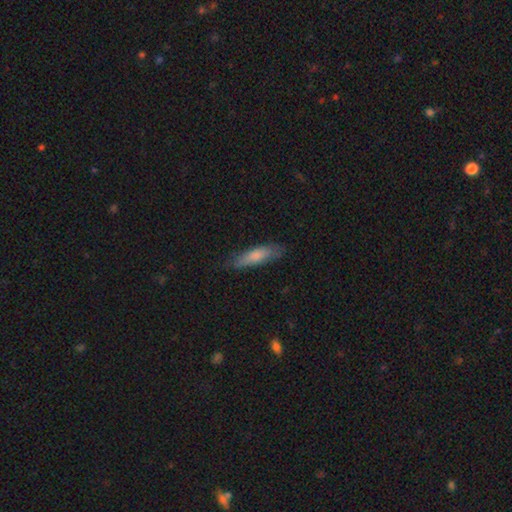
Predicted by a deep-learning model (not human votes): Overall: smooth (75%). How rounded: cigar-shaped (66%; in between 32%). Merging: none (77%).